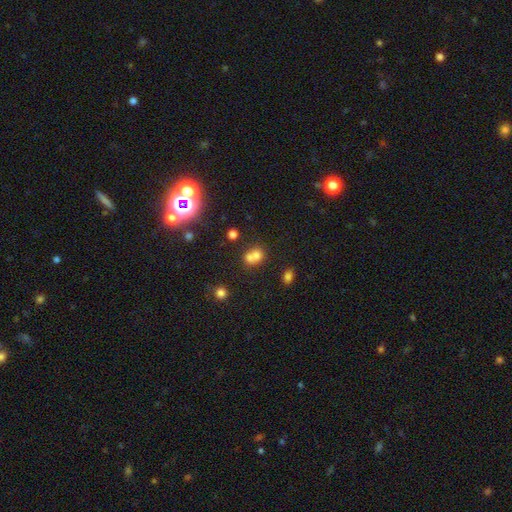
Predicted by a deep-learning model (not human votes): Smooth or featured: smooth — 68% (star or artifact — 16%)
How rounded: round — 62% (in between — 37%)
Merging: merger — 59% (none — 29%)